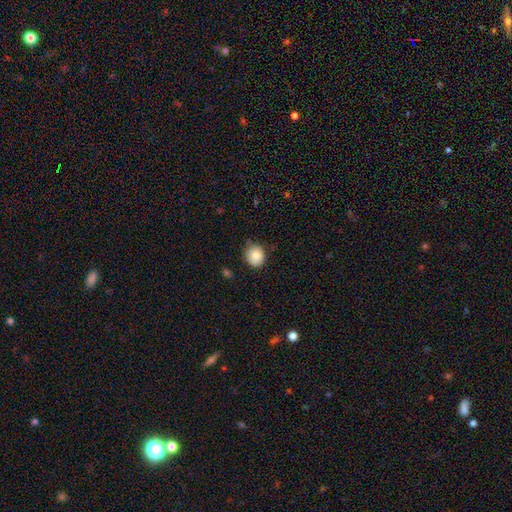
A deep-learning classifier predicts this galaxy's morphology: type=smooth (86%); roundness=round (75%); merging=none (71%).